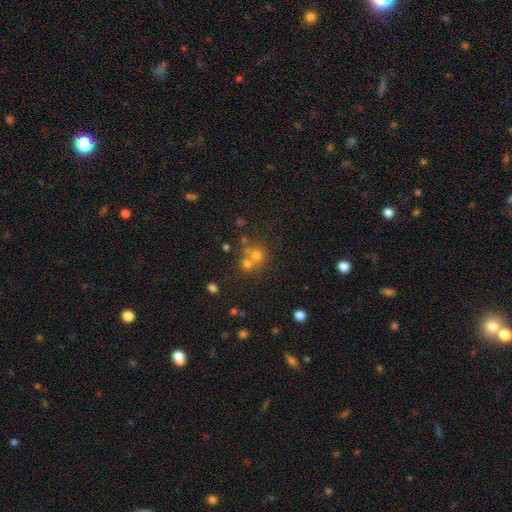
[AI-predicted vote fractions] Smooth or featured: smooth — 60% (star or artifact — 22%)
How rounded: round — 85% (in between — 14%)
Merging: merger — 45% (tied with none — 45%)